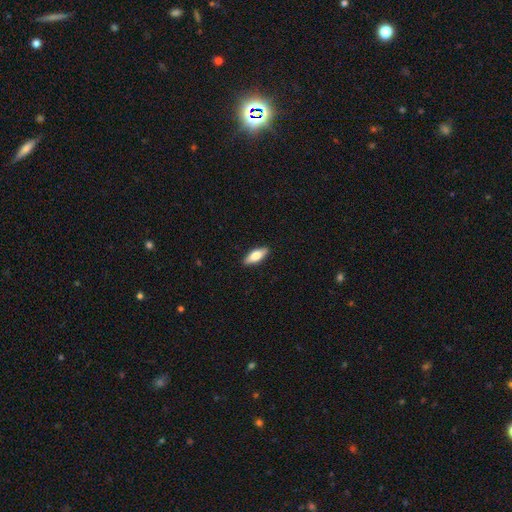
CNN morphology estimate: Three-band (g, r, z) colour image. It shows a smooth galaxy with no disk features (67%) that is in between round and cigar-shaped (68%). Merging: none (90%).